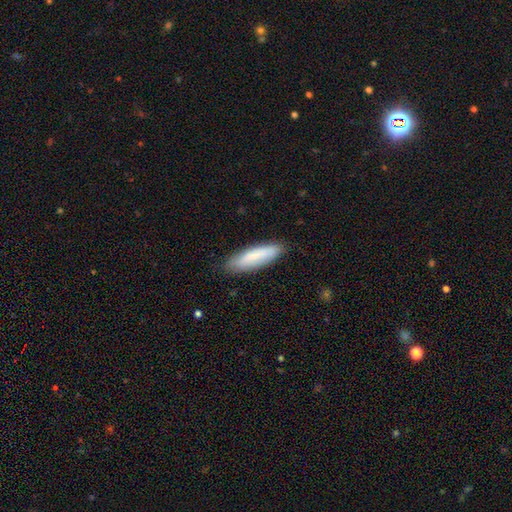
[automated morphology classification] A smooth galaxy with no disk features (76%) that is cigar-shaped (65%). Merging: none (84%).